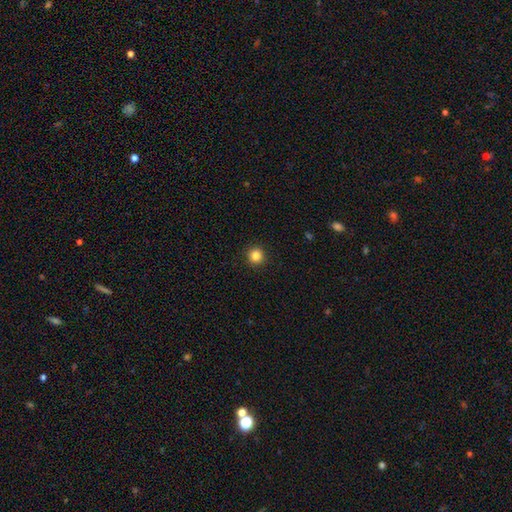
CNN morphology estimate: Q: Smooth or featured?
A: smooth (85%); runner-up: star or artifact (11%)
Q: How rounded?
A: round (95%); runner-up: in between (4%)
Q: Merging?
A: none (93%); runner-up: minor disturbance (5%)